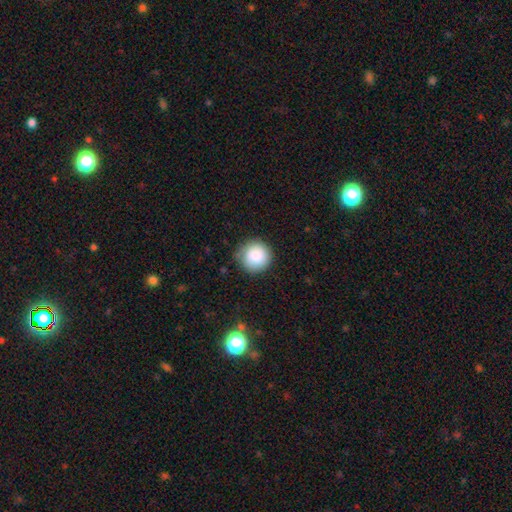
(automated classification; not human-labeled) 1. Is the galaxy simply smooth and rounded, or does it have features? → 86% smooth, 8% star or artifact, 6% featured or disk.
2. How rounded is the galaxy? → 95% round, 5% in between, 1% cigar-shaped.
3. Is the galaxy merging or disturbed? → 82% none, 14% minor disturbance, 3% major disturbance, 1% merger.